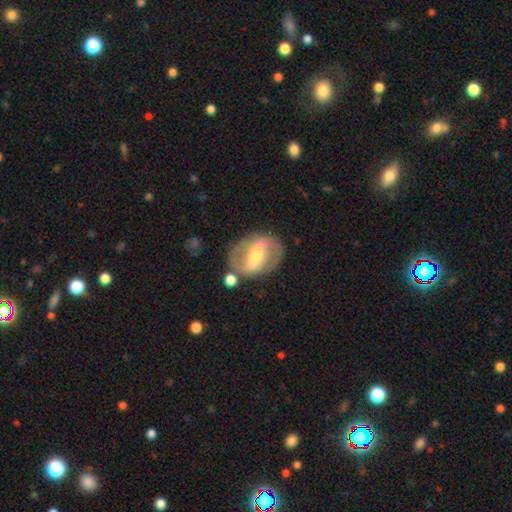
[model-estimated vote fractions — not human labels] Smooth or featured? Predicted: featured or disk (p=0.77). Edge-on disk? Predicted: no (p=0.92). Bar? Predicted: strong (p=0.69). Spiral arms? Predicted: yes (p=0.65). Bulge size? Predicted: moderate (p=0.51). Merging? Predicted: none (p=0.78).